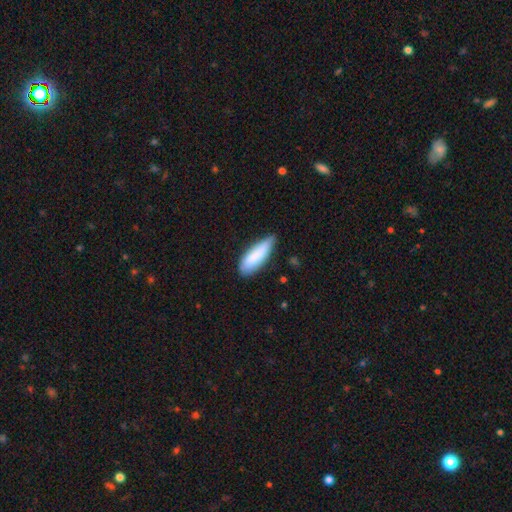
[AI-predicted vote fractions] Smooth or featured?
  - smooth: 84% *
  - featured or disk: 10%
  - star or artifact: 6%
How rounded?
  - in between: 61% *
  - cigar-shaped: 38%
  - round: 2%
Merging?
  - none: 59% *
  - minor disturbance: 34%
  - major disturbance: 5%
  - merger: 2%